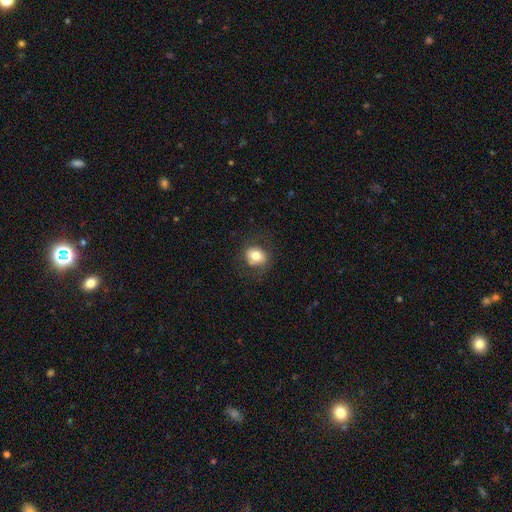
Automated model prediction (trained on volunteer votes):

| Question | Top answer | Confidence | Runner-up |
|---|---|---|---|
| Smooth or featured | smooth | 73% | featured or disk (17%) |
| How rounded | round | 60% | in between (39%) |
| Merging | none | 80% | minor disturbance (13%) |